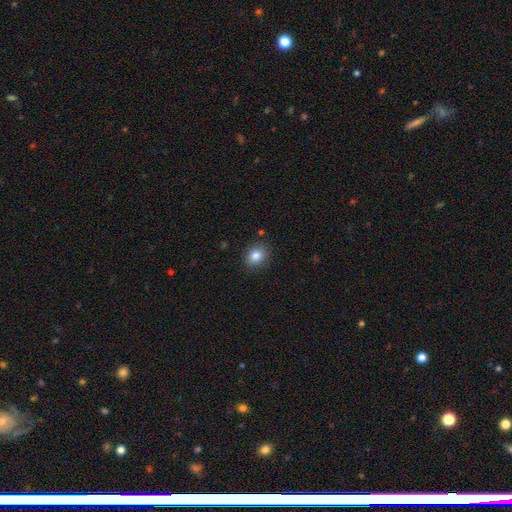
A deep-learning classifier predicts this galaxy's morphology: Smooth or featured: smooth — 84% (star or artifact — 10%)
How rounded: round — 56% (in between — 43%)
Merging: none — 87% (minor disturbance — 9%)